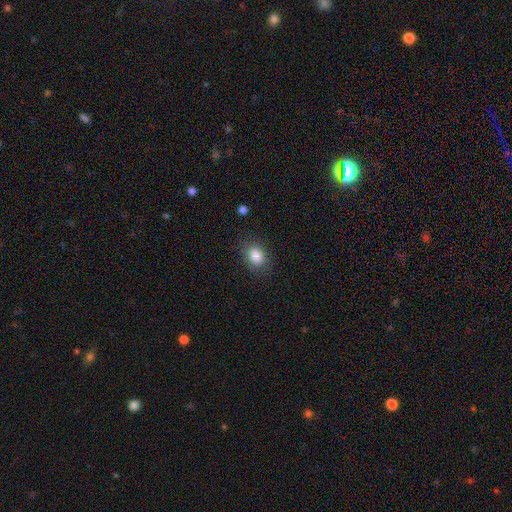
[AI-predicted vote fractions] smooth-or-featured: smooth: 85% | star or artifact: 9% | featured or disk: 5%
  how-rounded: in between: 61% | round: 38% | cigar-shaped: 1%
  merging: none: 82% | minor disturbance: 12% | major disturbance: 4% | merger: 1%